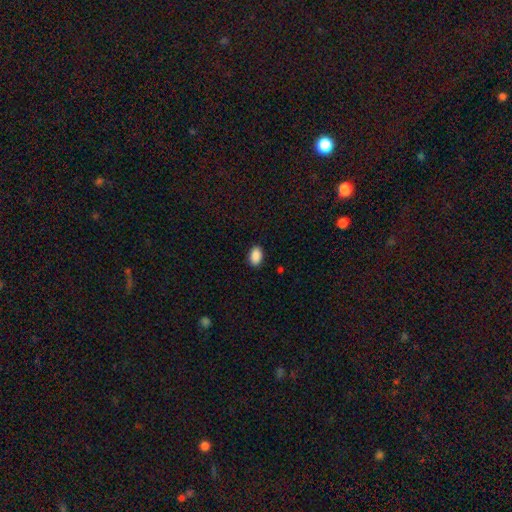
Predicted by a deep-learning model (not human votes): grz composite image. It shows a smooth galaxy with no disk features (90%) that is in between round and cigar-shaped (89%). Merging: none (89%).